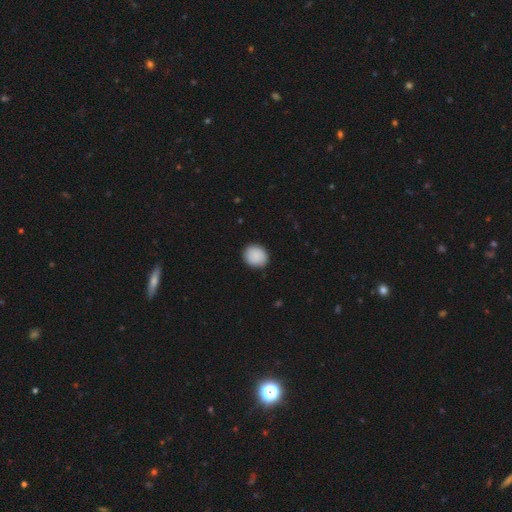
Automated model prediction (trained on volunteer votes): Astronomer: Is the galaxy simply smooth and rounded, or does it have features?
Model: smooth — 88%.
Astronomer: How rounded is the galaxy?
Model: round — 76%.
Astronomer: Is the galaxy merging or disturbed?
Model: none — 87%.